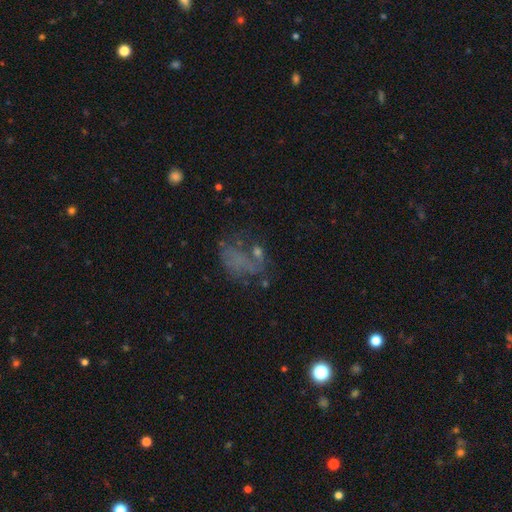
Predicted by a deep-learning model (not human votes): Smooth or featured: featured or disk — 40% (smooth — 39%)
Merging: major disturbance — 37% (none — 33%)